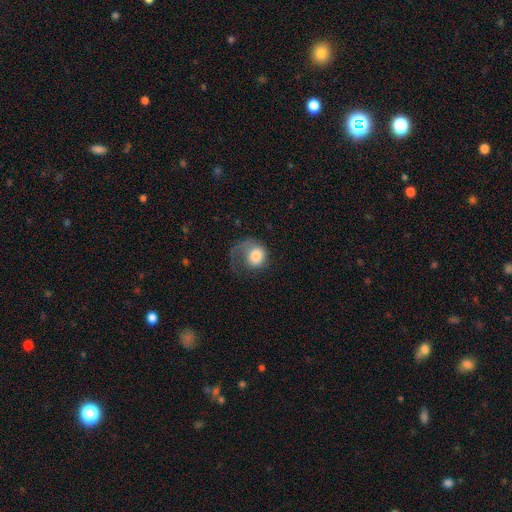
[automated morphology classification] Smooth or featured? Predicted: smooth (p=0.60). How rounded? Predicted: round (p=0.73). Merging? Predicted: major disturbance (p=0.51).